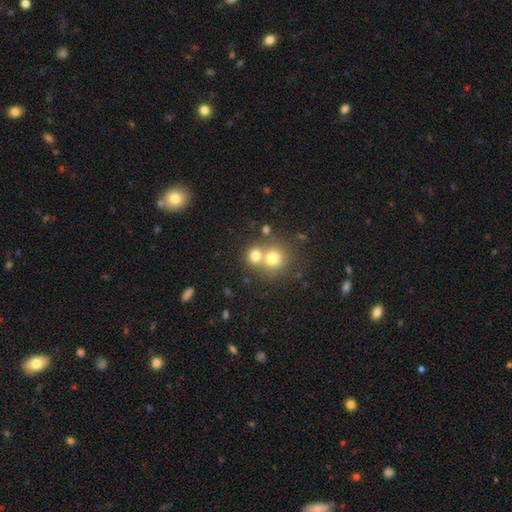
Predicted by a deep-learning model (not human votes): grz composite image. It shows a smooth galaxy with no disk features (73%) that is round (81%). Merging: merger (52%).